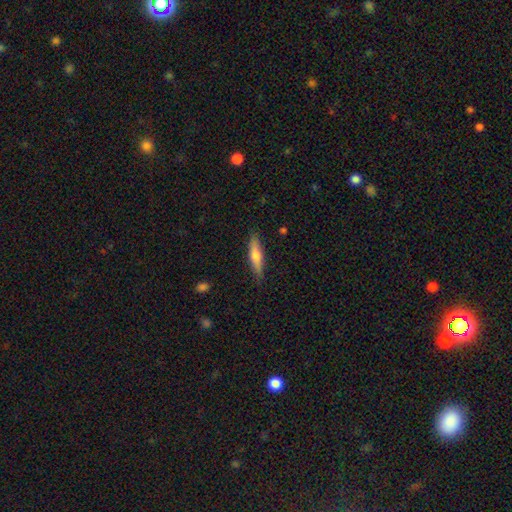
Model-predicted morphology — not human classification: type=smooth (61%); roundness=cigar-shaped (76%); merging=none (86%).